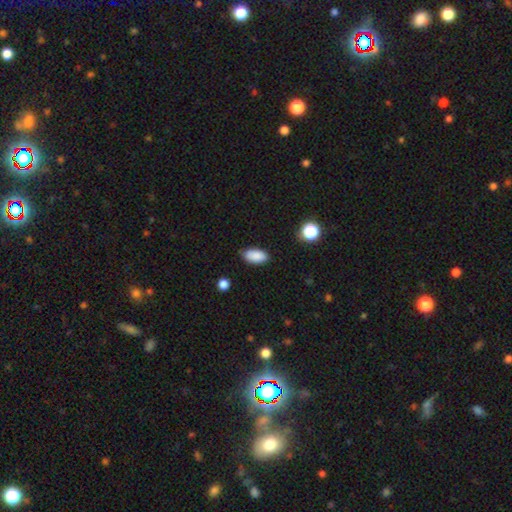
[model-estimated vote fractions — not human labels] A smooth galaxy with no disk features (88%) that is in between round and cigar-shaped (92%). Merging: none (85%).